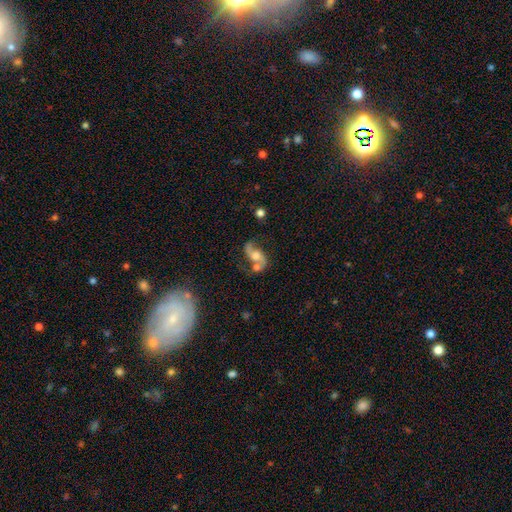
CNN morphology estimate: A featured or disk galaxy (76%) with no bar (65%), 2 (89%) loose (68%) spiral arms (91%) and a moderate central bulge (59%). Merging: none (42%).